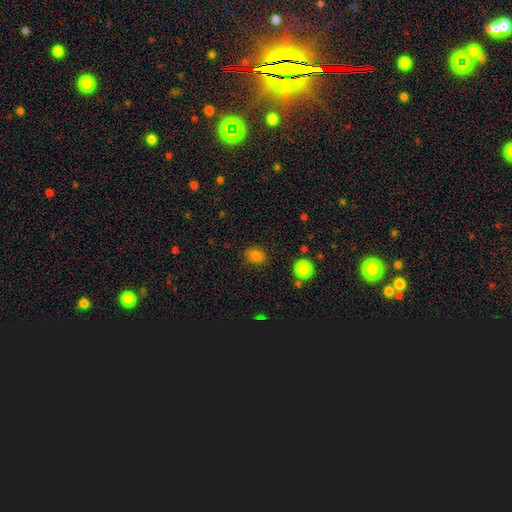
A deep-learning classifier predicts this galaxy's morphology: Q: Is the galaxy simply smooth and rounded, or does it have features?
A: smooth — 83%.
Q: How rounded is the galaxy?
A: round — 51%.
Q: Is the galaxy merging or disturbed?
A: none — 84%.